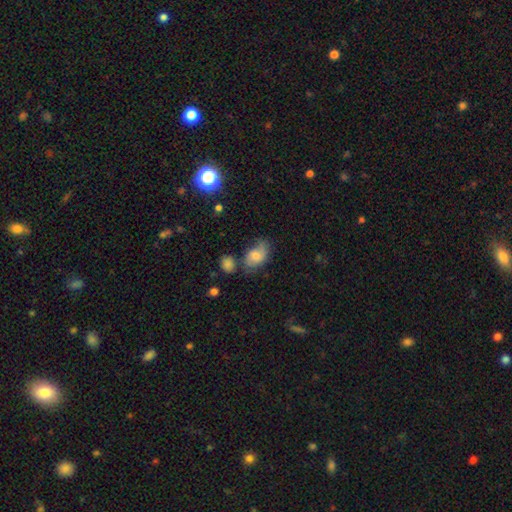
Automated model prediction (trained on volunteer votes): This is possibly a smooth galaxy (57%). How rounded: clearly in between (86%). Merging: possibly none (48%).